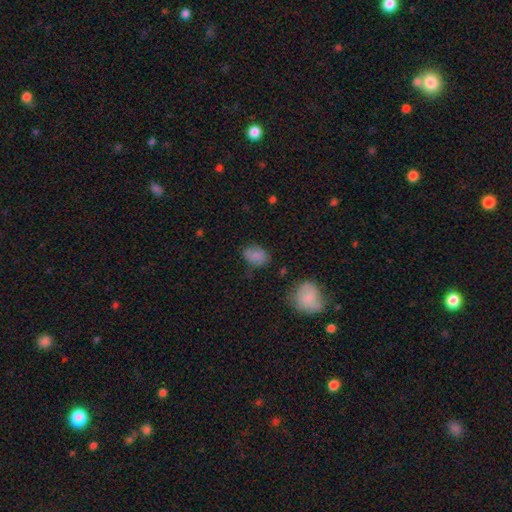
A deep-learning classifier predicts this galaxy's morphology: A smooth galaxy with no disk features (79%) that is in between round and cigar-shaped (76%). Merging: none (65%).